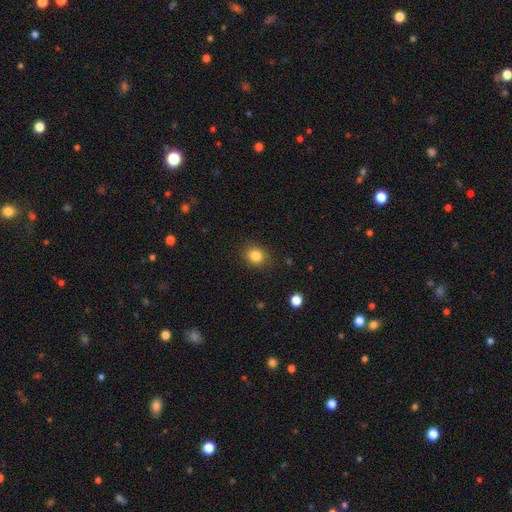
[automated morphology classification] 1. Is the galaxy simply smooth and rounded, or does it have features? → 84% smooth, 11% star or artifact, 5% featured or disk.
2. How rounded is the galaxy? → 74% round, 25% in between, 1% cigar-shaped.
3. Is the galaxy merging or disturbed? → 88% none, 9% minor disturbance, 3% major disturbance, 1% merger.